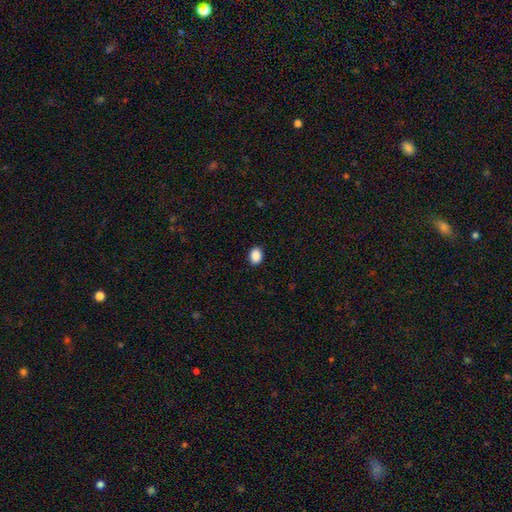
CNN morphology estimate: Smooth or featured?
  - smooth: 90% *
  - star or artifact: 8%
  - featured or disk: 2%
How rounded?
  - in between: 64% *
  - round: 35%
  - cigar-shaped: 1%
Merging?
  - none: 91% *
  - minor disturbance: 7%
  - major disturbance: 2%
  - merger: 1%